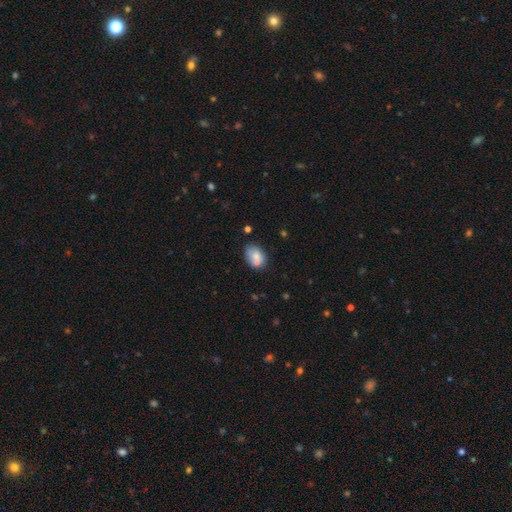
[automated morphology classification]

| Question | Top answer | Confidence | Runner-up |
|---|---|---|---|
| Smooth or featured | smooth | 72% | featured or disk (19%) |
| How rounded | in between | 74% | round (25%) |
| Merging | none | 51% | merger (24%) |